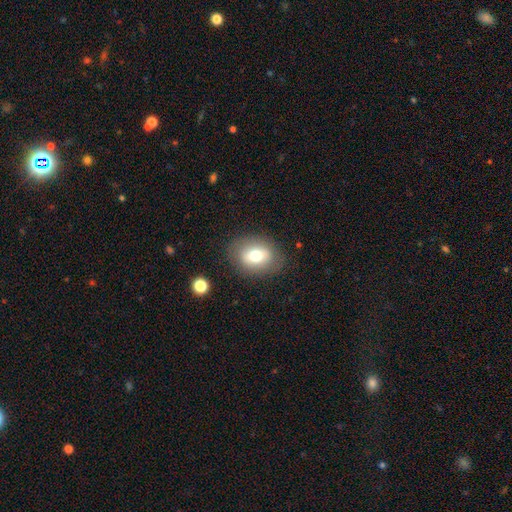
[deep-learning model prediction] Smooth or featured?
  - smooth: 70% *
  - featured or disk: 21%
  - star or artifact: 9%
How rounded?
  - in between: 65% *
  - round: 34%
  - cigar-shaped: 1%
Merging?
  - none: 82% *
  - minor disturbance: 12%
  - major disturbance: 5%
  - merger: 1%